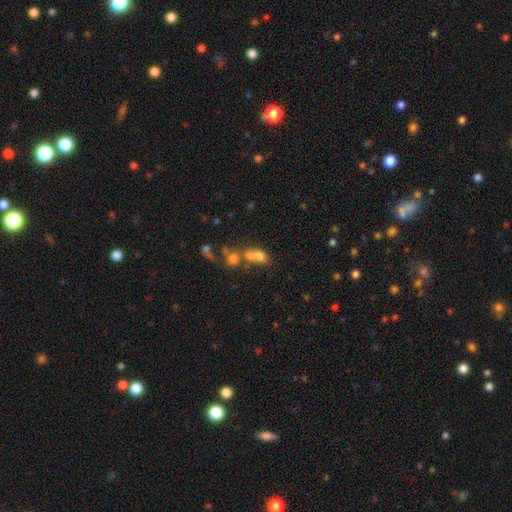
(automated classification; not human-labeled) smooth_or_featured: smooth (p=0.67) [alt: featured or disk p=0.19]
how_rounded: in between (p=0.59) [alt: round p=0.38]
merging: merger (p=0.61) [alt: none p=0.25]